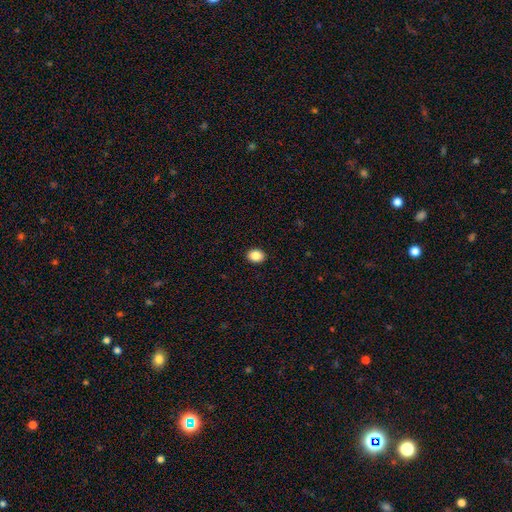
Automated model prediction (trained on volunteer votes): Smooth or featured: smooth — 86% (star or artifact — 9%)
How rounded: round — 51% (in between — 48%)
Merging: none — 92% (minor disturbance — 6%)